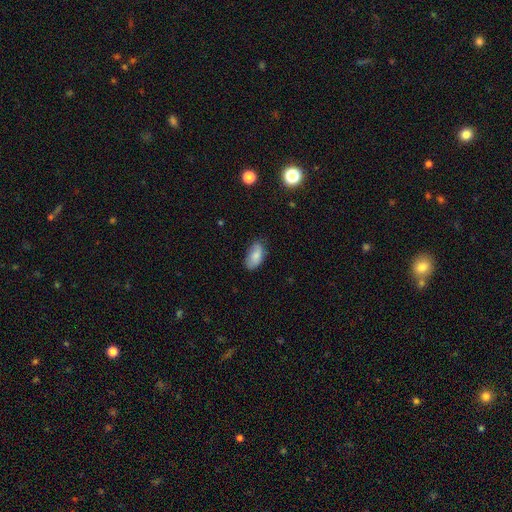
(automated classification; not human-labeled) This appears to be a smooth galaxy with no disk features (81%) that is in between round and cigar-shaped (93%). Merging: none (68%).